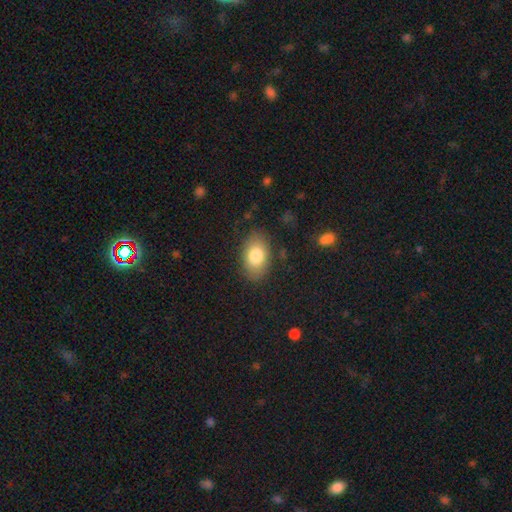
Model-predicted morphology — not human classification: Smooth or featured? Predicted: smooth (p=0.81). How rounded? Predicted: in between (p=0.88). Merging? Predicted: none (p=0.84).